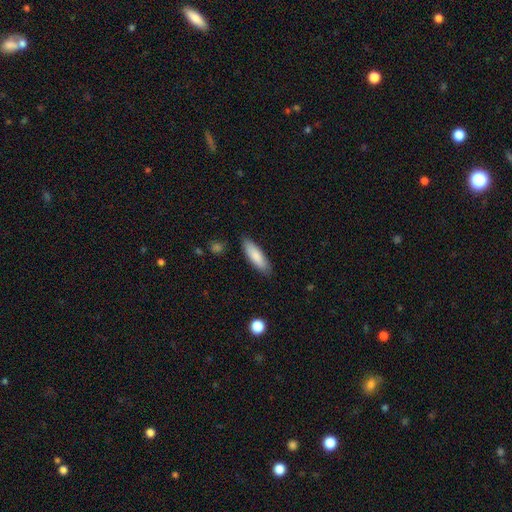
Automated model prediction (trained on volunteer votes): smooth_or_featured: smooth (p=0.85) [alt: featured or disk p=0.09]
how_rounded: cigar-shaped (p=0.54) [alt: in between p=0.45]
merging: none (p=0.86) [alt: minor disturbance p=0.11]